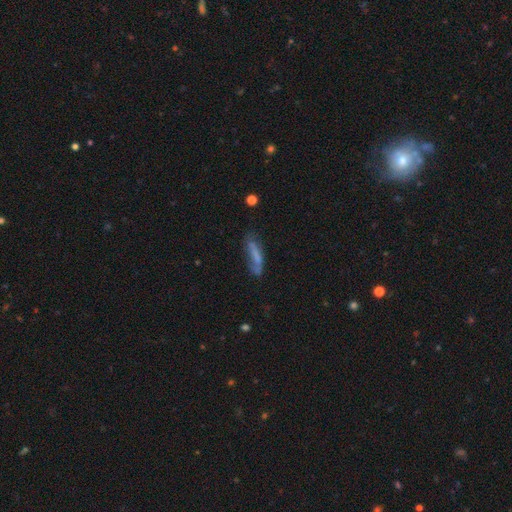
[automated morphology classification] Smooth or featured? Predicted: smooth (p=0.53). How rounded? Predicted: cigar-shaped (p=0.69). Merging? Predicted: none (p=0.51).